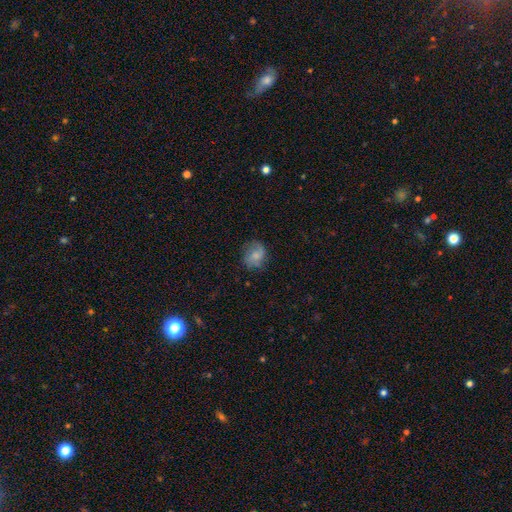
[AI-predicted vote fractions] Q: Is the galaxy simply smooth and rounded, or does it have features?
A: smooth — 56%.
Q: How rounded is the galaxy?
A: round — 63%.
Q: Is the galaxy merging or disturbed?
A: none — 70%.